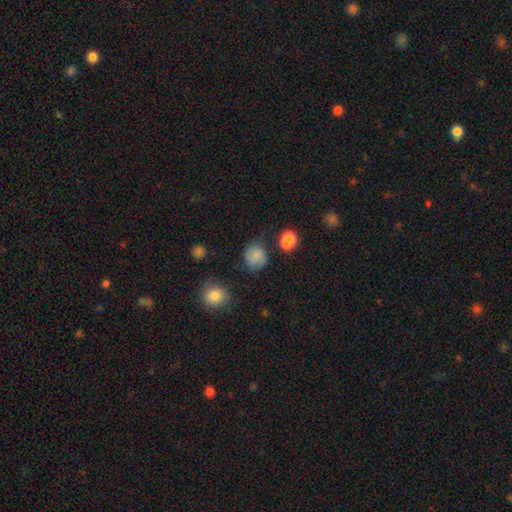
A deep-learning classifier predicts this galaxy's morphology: The model was most divided on "how rounded": round: 74%, in between: 25%, cigar-shaped: 1%. More confident: smooth or featured — smooth (81%); merging — none (70%).